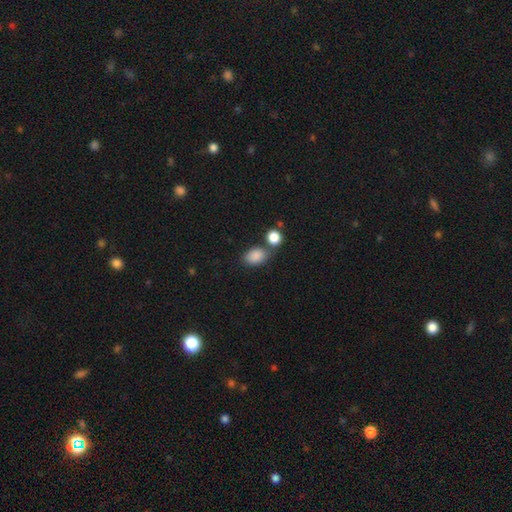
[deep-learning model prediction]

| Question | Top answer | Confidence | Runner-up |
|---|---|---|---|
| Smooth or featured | smooth | 87% | star or artifact (9%) |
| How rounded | in between | 80% | round (19%) |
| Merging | none | 60% | merger (20%) |